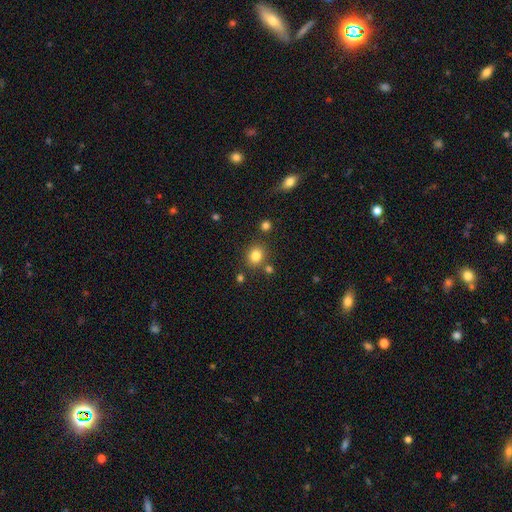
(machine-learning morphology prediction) A smooth galaxy with no disk features (82%) that is round (74%). Merging: none (79%).